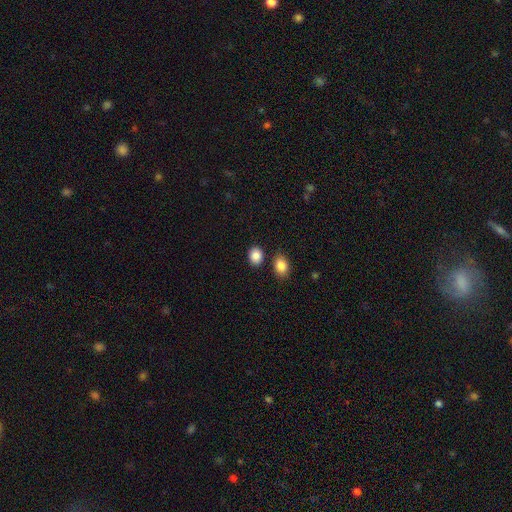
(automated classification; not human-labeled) Smooth or featured? smooth (87%)
How rounded? round (50%)
Merging? none (78%)